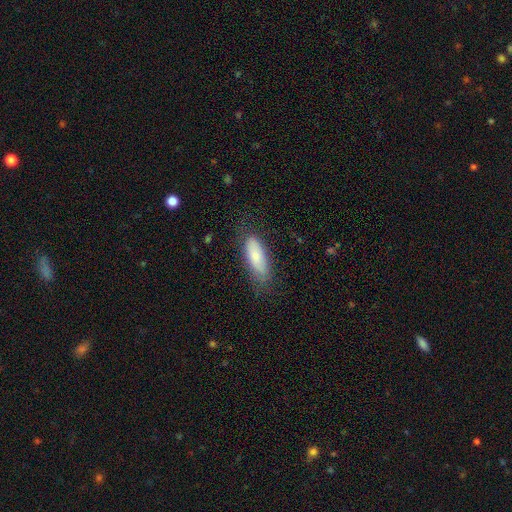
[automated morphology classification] A smooth galaxy with no disk features (75%) that is in between round and cigar-shaped (68%).

Vote fractions:
- Smooth or featured? smooth: 75% / featured or disk: 18% / star or artifact: 7%
- How rounded? in between: 68% / cigar-shaped: 30% / round: 2%
- Merging? none: 73% / minor disturbance: 19% / major disturbance: 6% / merger: 1%